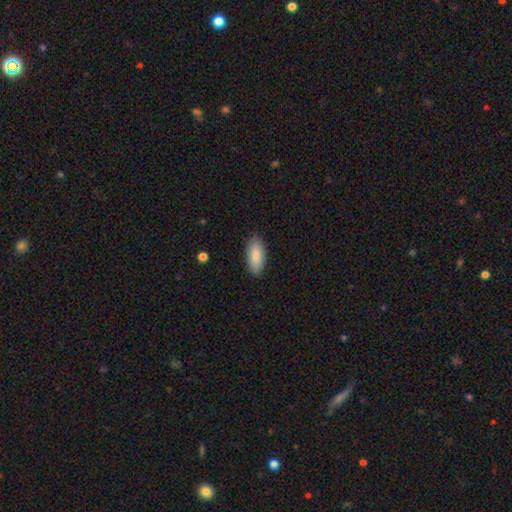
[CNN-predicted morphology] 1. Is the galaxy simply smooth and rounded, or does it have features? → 88% smooth, 7% featured or disk, 6% star or artifact.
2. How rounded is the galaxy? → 84% in between, 14% cigar-shaped, 2% round.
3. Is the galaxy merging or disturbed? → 87% none, 10% minor disturbance, 2% major disturbance, 1% merger.